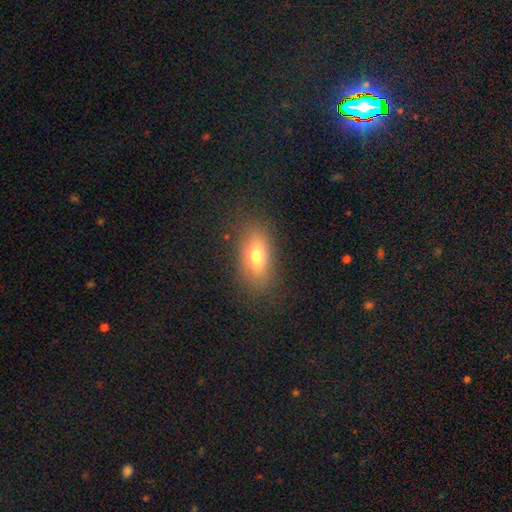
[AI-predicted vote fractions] smooth_or_featured: smooth (p=0.74) [alt: featured or disk p=0.15]
how_rounded: in between (p=0.83) [alt: cigar-shaped p=0.09]
merging: none (p=0.82) [alt: minor disturbance p=0.12]